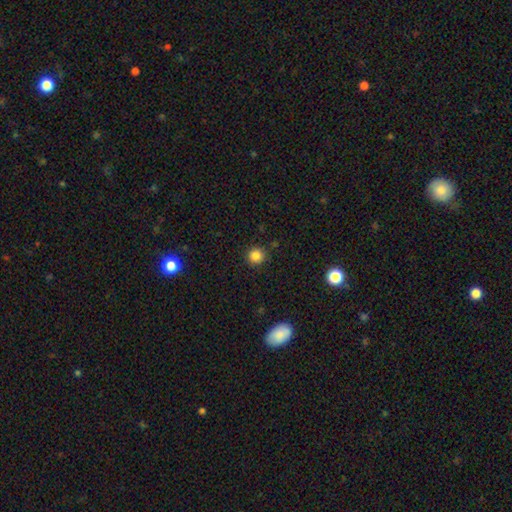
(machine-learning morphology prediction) Q: Smooth or featured?
A: smooth (84%); runner-up: star or artifact (12%)
Q: How rounded?
A: round (94%); runner-up: in between (5%)
Q: Merging?
A: none (89%); runner-up: minor disturbance (7%)